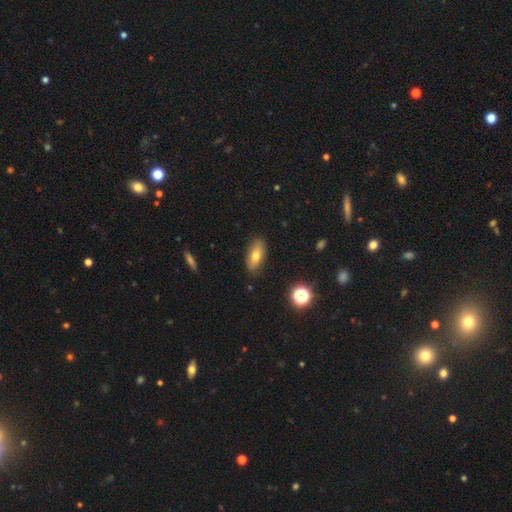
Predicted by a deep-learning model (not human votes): Smooth or featured?
  - smooth: 70% *
  - featured or disk: 21%
  - star or artifact: 9%
How rounded?
  - in between: 82% *
  - cigar-shaped: 13%
  - round: 5%
Merging?
  - none: 86% *
  - minor disturbance: 11%
  - major disturbance: 2%
  - merger: 1%